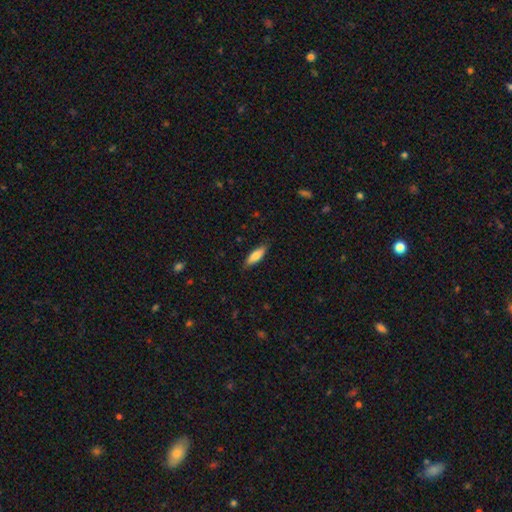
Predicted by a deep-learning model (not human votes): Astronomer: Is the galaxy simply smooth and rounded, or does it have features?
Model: smooth — 80%.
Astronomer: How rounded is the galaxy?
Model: in between — 52% (runner-up: cigar-shaped, 47%).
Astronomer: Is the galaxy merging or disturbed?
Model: none — 85%.